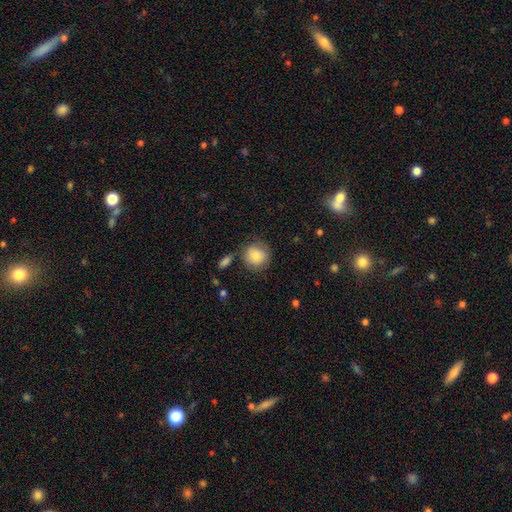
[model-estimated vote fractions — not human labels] smooth 81%, featured or disk 11%, star or artifact 8%. Down the decision tree: how rounded — round (89%); merging — none (75%).